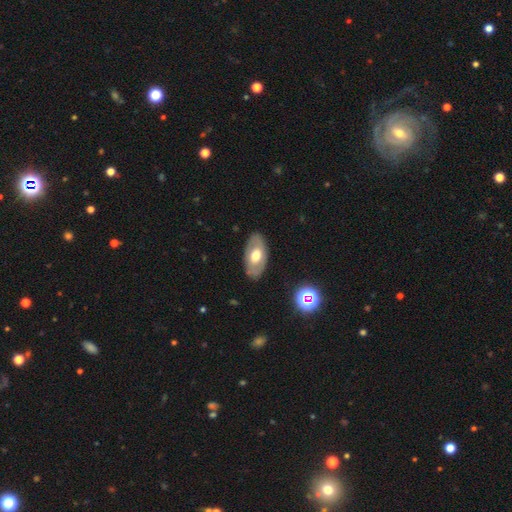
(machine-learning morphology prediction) type=smooth (49%); merging=none (84%).